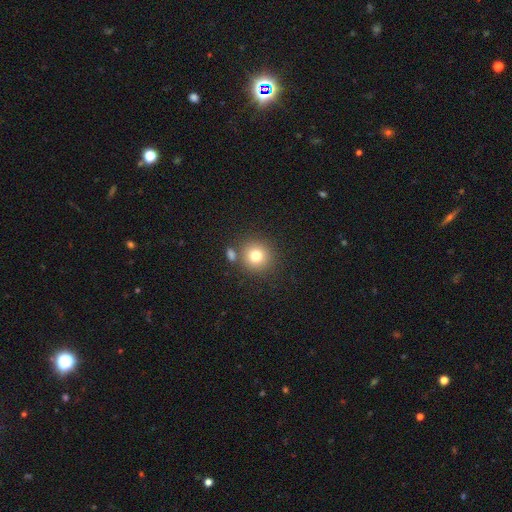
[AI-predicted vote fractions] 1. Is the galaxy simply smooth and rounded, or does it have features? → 77% smooth, 13% star or artifact, 10% featured or disk.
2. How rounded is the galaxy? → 92% round, 7% in between, 1% cigar-shaped.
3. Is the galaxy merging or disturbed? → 76% none, 12% merger, 8% minor disturbance, 3% major disturbance.